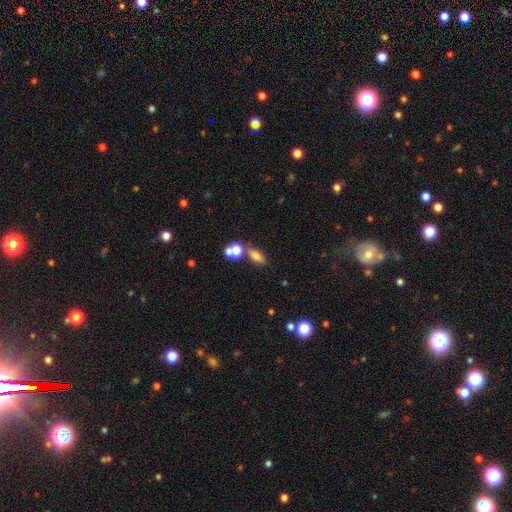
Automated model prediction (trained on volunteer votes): smooth_or_featured: smooth (p=0.72) [alt: star or artifact p=0.14]
how_rounded: in between (p=0.73) [alt: round p=0.15]
merging: none (p=0.58) [alt: merger p=0.25]